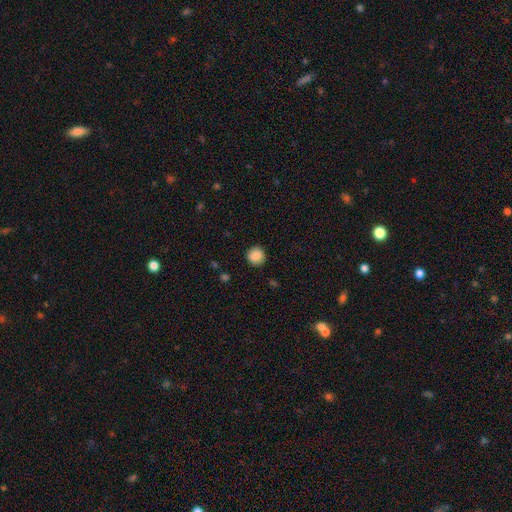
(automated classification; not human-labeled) smooth 88%, star or artifact 9%, featured or disk 3%. Down the decision tree: how rounded — round (93%); merging — none (91%).